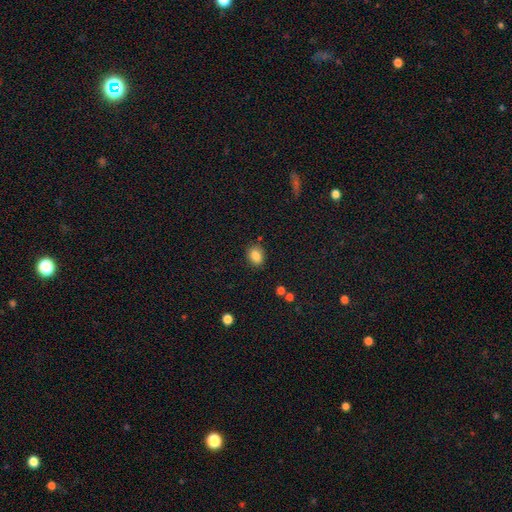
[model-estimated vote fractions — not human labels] Smooth or featured?
  - smooth: 85% *
  - star or artifact: 10%
  - featured or disk: 5%
How rounded?
  - in between: 62% *
  - round: 37%
  - cigar-shaped: 1%
Merging?
  - none: 83% *
  - minor disturbance: 11%
  - merger: 3%
  - major disturbance: 3%